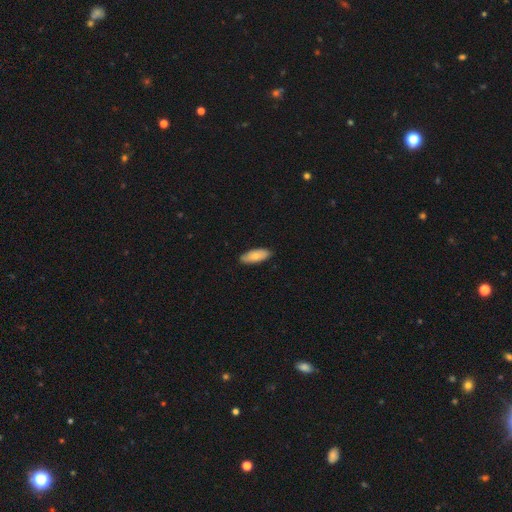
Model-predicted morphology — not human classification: The model was most divided on "smooth or featured": smooth: 77%, featured or disk: 18%, star or artifact: 5%. More confident: merging — none (87%); how rounded — in between (80%).